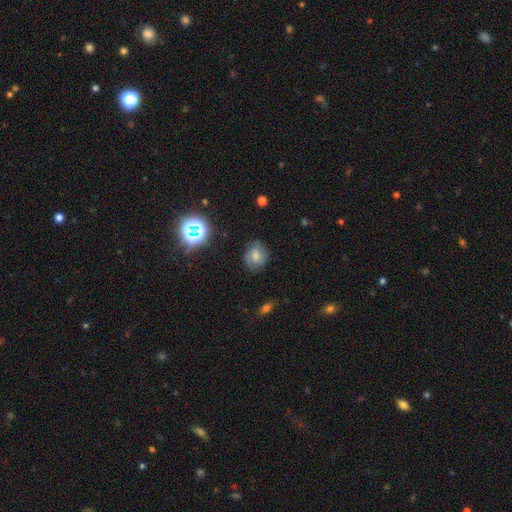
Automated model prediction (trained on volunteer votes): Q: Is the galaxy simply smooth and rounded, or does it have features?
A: smooth — 57%.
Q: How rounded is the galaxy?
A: round — 72%.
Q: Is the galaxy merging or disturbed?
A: none — 76%.